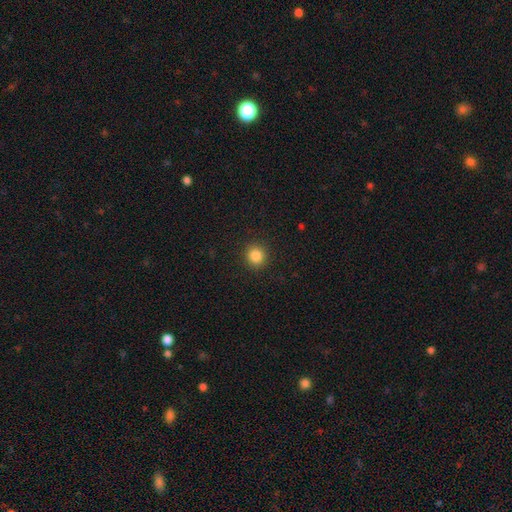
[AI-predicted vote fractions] Overall: smooth (85%). How rounded: round (92%). Merging: none (92%).